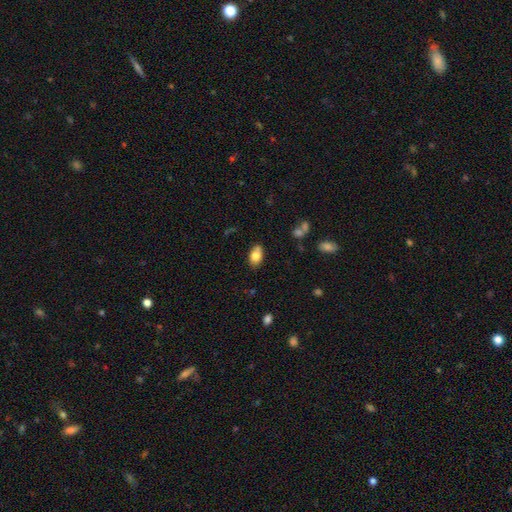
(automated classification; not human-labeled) Overall: smooth (79%). How rounded: in between (86%). Merging: none (65%).